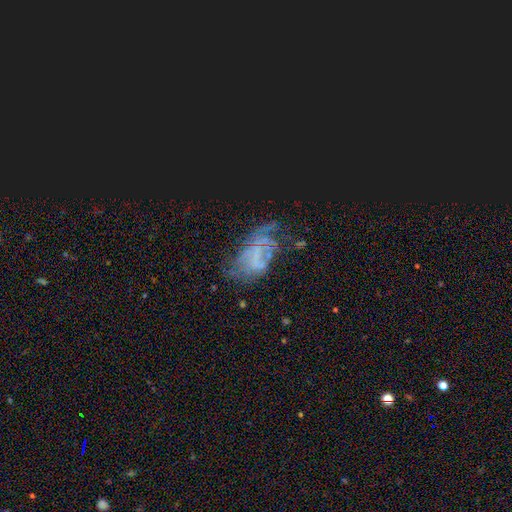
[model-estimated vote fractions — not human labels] Q: Smooth or featured?
A: featured or disk (41%); runner-up: star or artifact (40%)
Q: Merging?
A: none (48%); runner-up: major disturbance (26%)